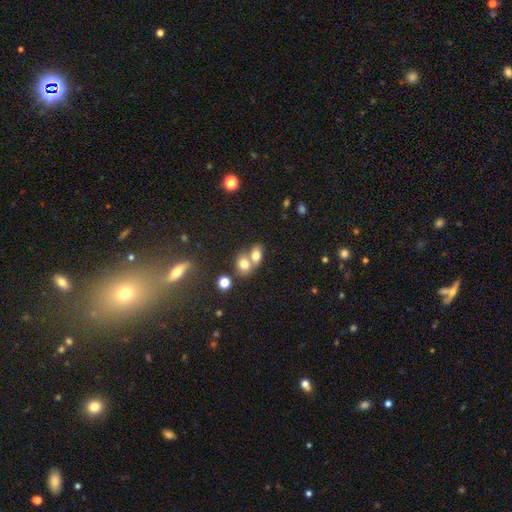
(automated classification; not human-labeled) This appears to be a smooth galaxy with no disk features (74%) that is in between round and cigar-shaped (63%). Merging: merger (64%).